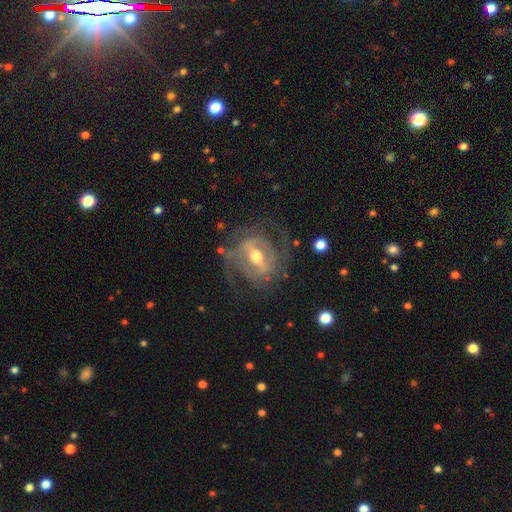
This is clearly a featured or disk galaxy (92%). It is clearly not viewed edge-on (97%). Bar: possibly strong (54%). Spiral arm pattern: clearly yes (80%). Spiral arm count: likely 2 (68%). Spiral winding: possibly medium (46%). Central bulge: likely moderate (71%). Merging: likely none (74%).